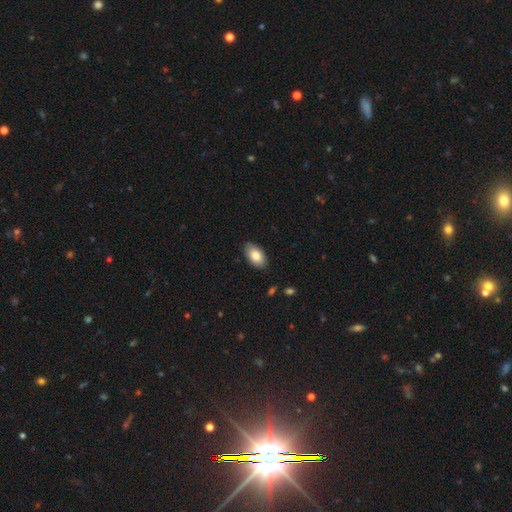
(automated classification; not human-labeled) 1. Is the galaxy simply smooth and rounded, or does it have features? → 83% smooth, 11% featured or disk, 6% star or artifact.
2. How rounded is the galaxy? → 94% in between, 4% round, 2% cigar-shaped.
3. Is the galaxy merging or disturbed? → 85% none, 12% minor disturbance, 2% major disturbance, 1% merger.